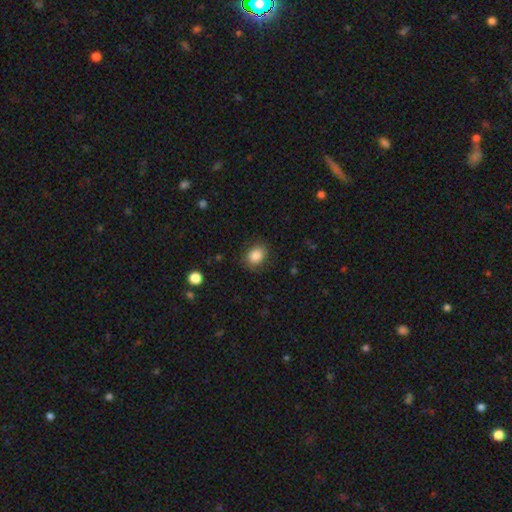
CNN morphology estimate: This is clearly a smooth galaxy (86%). How rounded: possibly in between (51%). Merging: clearly none (81%).